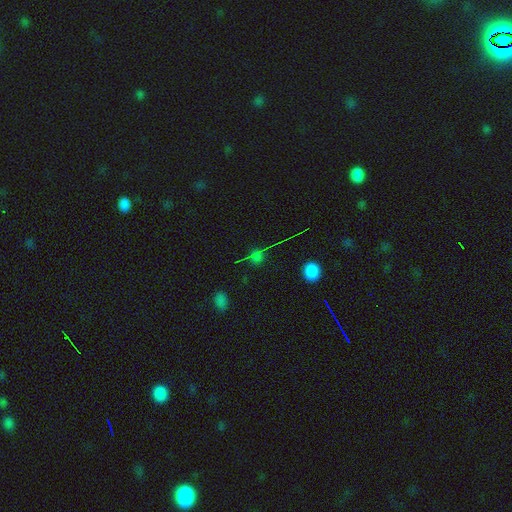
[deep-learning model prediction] A star or artifact, not a galaxy (57%).